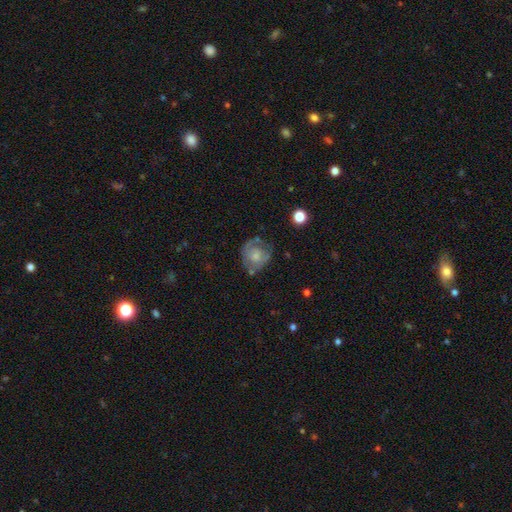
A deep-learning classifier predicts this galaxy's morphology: A smooth galaxy with no disk features (47%).

Vote fractions:
- Smooth or featured? smooth: 47% / featured or disk: 45% / star or artifact: 8%
- Merging? none: 46% / minor disturbance: 29% / major disturbance: 19% / merger: 6%